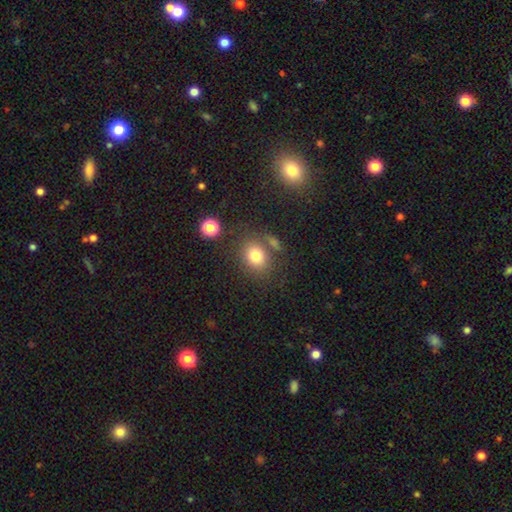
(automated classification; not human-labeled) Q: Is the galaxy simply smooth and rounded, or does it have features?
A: smooth — 78%.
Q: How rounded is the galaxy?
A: round — 62%.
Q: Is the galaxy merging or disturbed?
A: none — 71%.